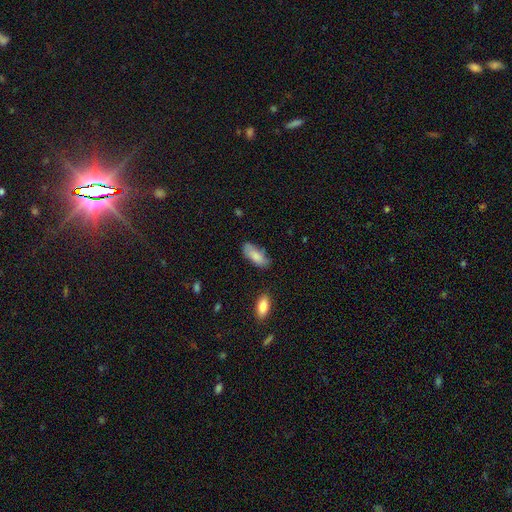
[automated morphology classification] Smooth or featured: smooth — 80% (featured or disk — 13%)
How rounded: in between — 79% (cigar-shaped — 19%)
Merging: none — 70% (minor disturbance — 23%)